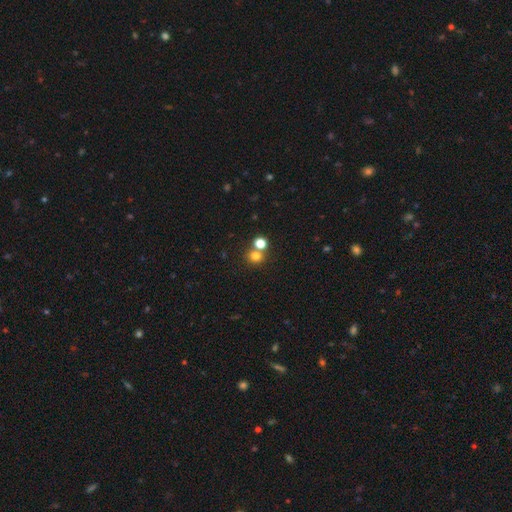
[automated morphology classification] This is likely a smooth galaxy (75%). How rounded: clearly round (82%). Merging: likely none (61%).